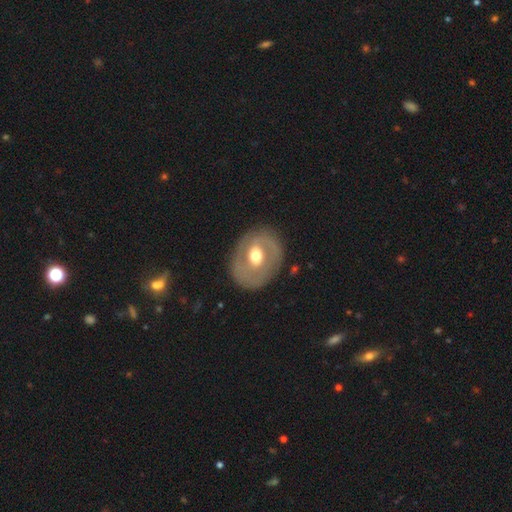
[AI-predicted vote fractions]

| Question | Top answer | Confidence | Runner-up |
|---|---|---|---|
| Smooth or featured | featured or disk | 63% | smooth (31%) |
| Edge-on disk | no | 95% | yes (5%) |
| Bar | no | 45% | weak (38%) |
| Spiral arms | no | 57% | yes (43%) |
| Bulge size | moderate | 72% | large (17%) |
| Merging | none | 80% | minor disturbance (13%) |